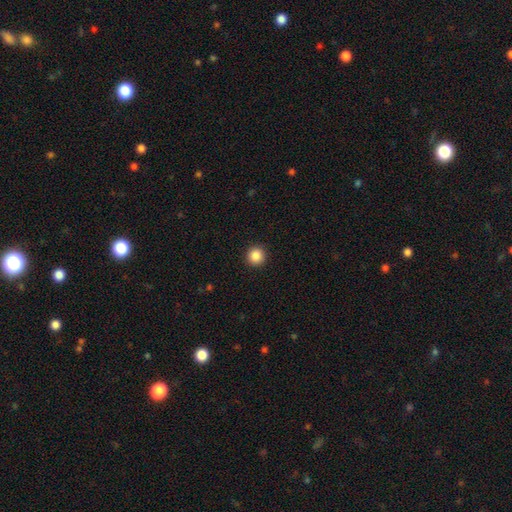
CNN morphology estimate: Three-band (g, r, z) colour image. It shows a smooth galaxy with no disk features (87%) that is round (95%). Merging: none (93%).